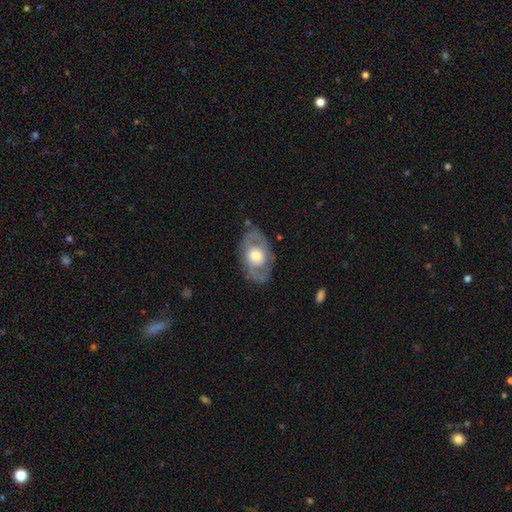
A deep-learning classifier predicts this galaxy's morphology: The model was most divided on "spiral arms": yes: 53%, no: 47%. More confident: edge-on disk — no (93%); merging — none (77%); bar — no (74%); smooth or featured — featured or disk (66%); bulge size — moderate (62%).